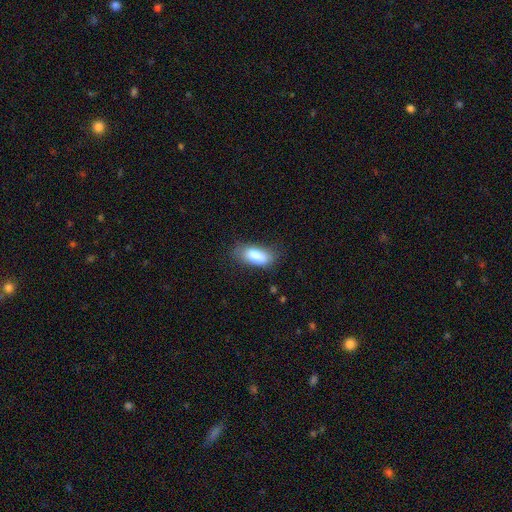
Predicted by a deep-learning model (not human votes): smooth-or-featured: smooth: 82% | featured or disk: 11% | star or artifact: 7%
  how-rounded: in between: 86% | cigar-shaped: 11% | round: 3%
  merging: none: 69% | minor disturbance: 23% | major disturbance: 7% | merger: 2%